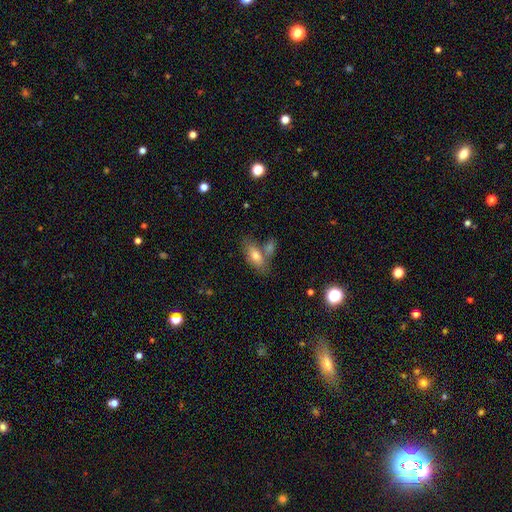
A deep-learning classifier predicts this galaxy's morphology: A smooth galaxy with no disk features (71%) that is in between round and cigar-shaped (80%). Merging: none (53%).